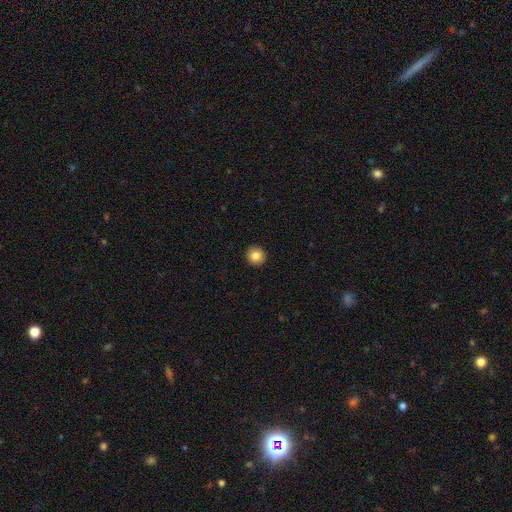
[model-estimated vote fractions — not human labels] Smooth or featured: smooth — 84% (star or artifact — 9%)
How rounded: round — 94% (in between — 5%)
Merging: none — 93% (minor disturbance — 4%)